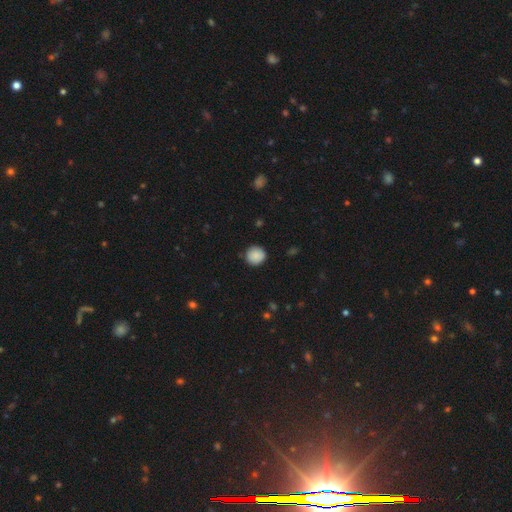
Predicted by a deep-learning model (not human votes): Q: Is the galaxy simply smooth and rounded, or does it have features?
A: smooth — 87%.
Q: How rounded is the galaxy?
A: round — 92%.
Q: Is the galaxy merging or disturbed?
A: none — 85%.